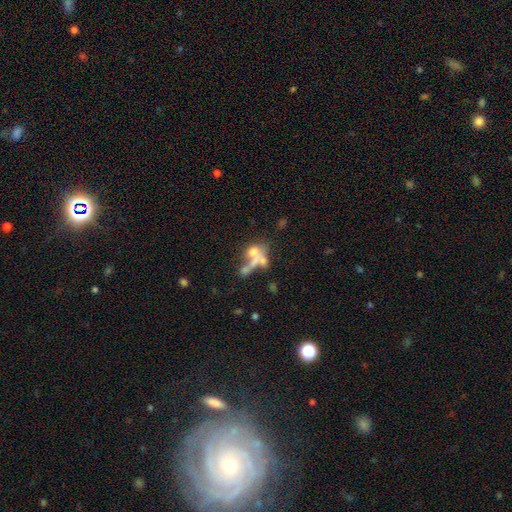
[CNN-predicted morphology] A smooth galaxy with no disk features (50%). Merging: merger (51%).